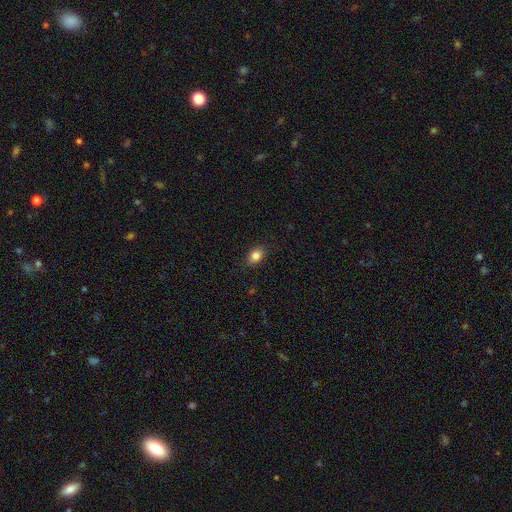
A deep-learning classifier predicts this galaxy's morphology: Smooth or featured?
  - smooth: 83% *
  - star or artifact: 10%
  - featured or disk: 7%
How rounded?
  - in between: 69% *
  - round: 29%
  - cigar-shaped: 2%
Merging?
  - none: 83% *
  - minor disturbance: 13%
  - major disturbance: 3%
  - merger: 1%